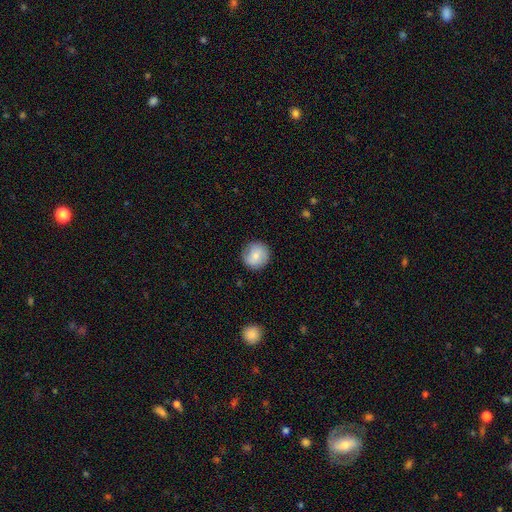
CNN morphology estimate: A smooth galaxy with no disk features (78%) that is round (92%).

Vote fractions:
- Smooth or featured? smooth: 78% / featured or disk: 15% / star or artifact: 7%
- How rounded? round: 92% / in between: 7% / cigar-shaped: 1%
- Merging? none: 86% / minor disturbance: 10% / major disturbance: 2% / merger: 1%